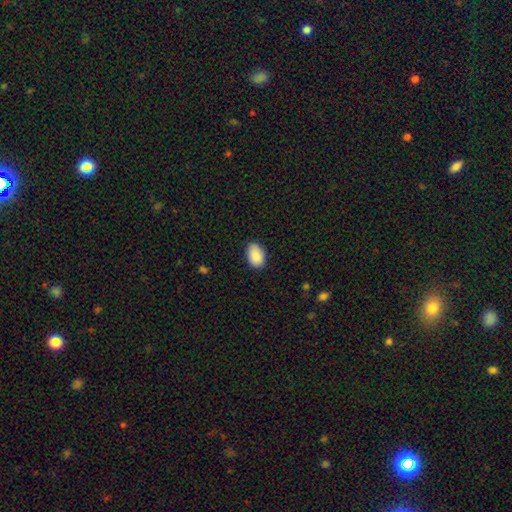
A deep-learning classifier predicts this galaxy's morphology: The model was most divided on "merging": none: 85%, minor disturbance: 12%, major disturbance: 2%, merger: 1%. More confident: how rounded — in between (91%); smooth or featured — smooth (90%).